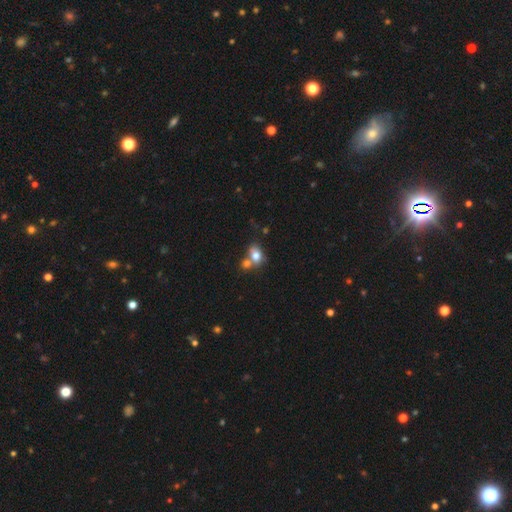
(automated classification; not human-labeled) smooth-or-featured: smooth: 75% | featured or disk: 15% | star or artifact: 10%
  how-rounded: in between: 62% | round: 36% | cigar-shaped: 2%
  merging: merger: 52% | none: 33% | minor disturbance: 10% | major disturbance: 5%